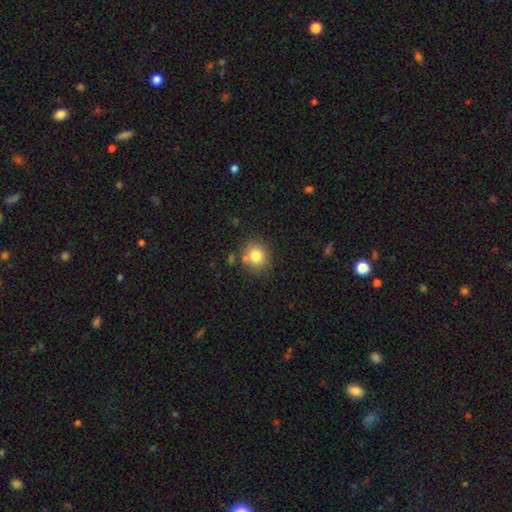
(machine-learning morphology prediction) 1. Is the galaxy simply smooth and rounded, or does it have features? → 80% smooth, 11% star or artifact, 9% featured or disk.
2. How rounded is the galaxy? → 75% round, 25% in between, 1% cigar-shaped.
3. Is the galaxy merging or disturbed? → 73% none, 13% minor disturbance, 10% merger, 4% major disturbance.